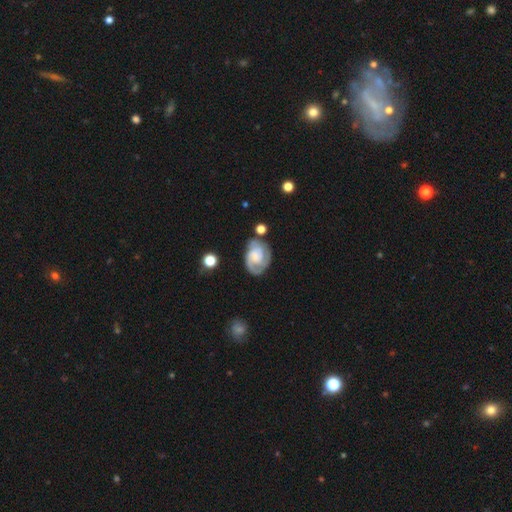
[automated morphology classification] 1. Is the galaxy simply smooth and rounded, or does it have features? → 79% featured or disk, 15% smooth, 6% star or artifact.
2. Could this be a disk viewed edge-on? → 98% no, 2% yes.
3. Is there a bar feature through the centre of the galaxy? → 61% no, 33% weak, 7% strong.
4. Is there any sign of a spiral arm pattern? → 95% yes, 5% no.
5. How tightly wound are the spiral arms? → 58% tight, 34% medium, 8% loose.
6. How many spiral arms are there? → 55% 2, 17% 3, 16% can't tell, 7% 1, 3% 4, 2% more than 4.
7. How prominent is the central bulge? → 47% small, 24% moderate, 21% none, 7% large, 2% dominant.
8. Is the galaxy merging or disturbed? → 64% none, 22% minor disturbance, 10% major disturbance, 5% merger.